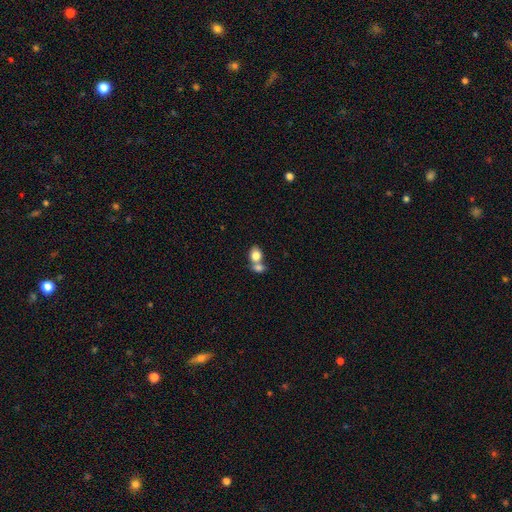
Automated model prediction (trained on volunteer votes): This appears to be a smooth galaxy with no disk features (80%) that is in between round and cigar-shaped (57%). Merging: merger (62%).